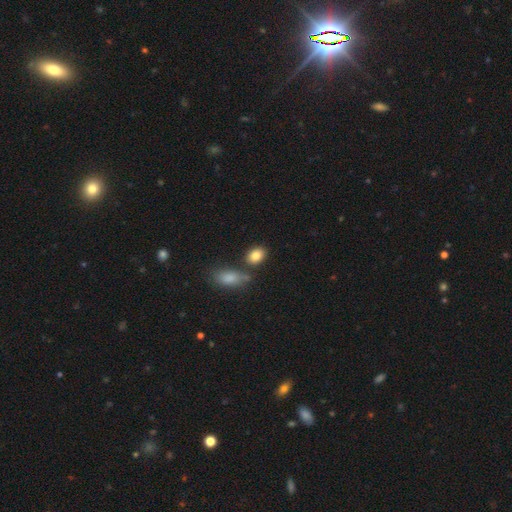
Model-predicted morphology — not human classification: smooth-or-featured: smooth: 84% | star or artifact: 8% | featured or disk: 8%
  how-rounded: in between: 79% | round: 19% | cigar-shaped: 2%
  merging: none: 69% | merger: 15% | minor disturbance: 12% | major disturbance: 3%